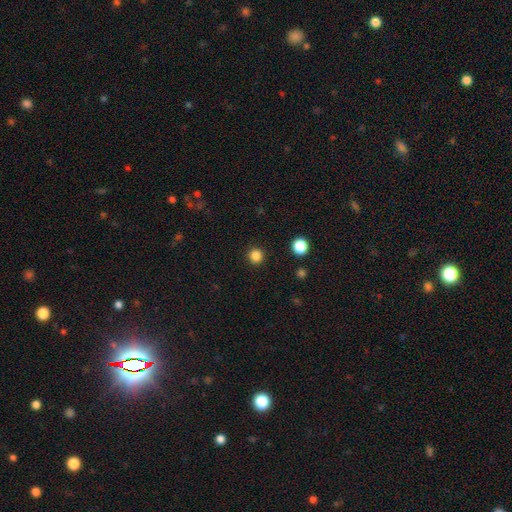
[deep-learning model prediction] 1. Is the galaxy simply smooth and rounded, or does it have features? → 84% smooth, 13% star or artifact, 3% featured or disk.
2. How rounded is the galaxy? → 94% round, 5% in between, 1% cigar-shaped.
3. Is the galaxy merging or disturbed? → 92% none, 5% minor disturbance, 2% major disturbance, 1% merger.